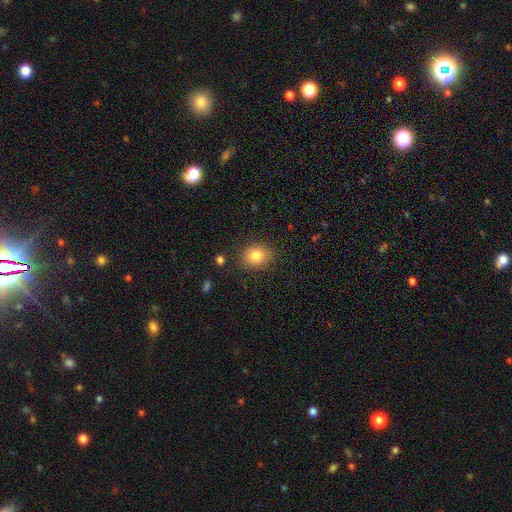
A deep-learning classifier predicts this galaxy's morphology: smooth-or-featured: smooth: 82% | star or artifact: 10% | featured or disk: 8%
  how-rounded: round: 59% | in between: 40% | cigar-shaped: 1%
  merging: none: 86% | minor disturbance: 10% | major disturbance: 3% | merger: 2%